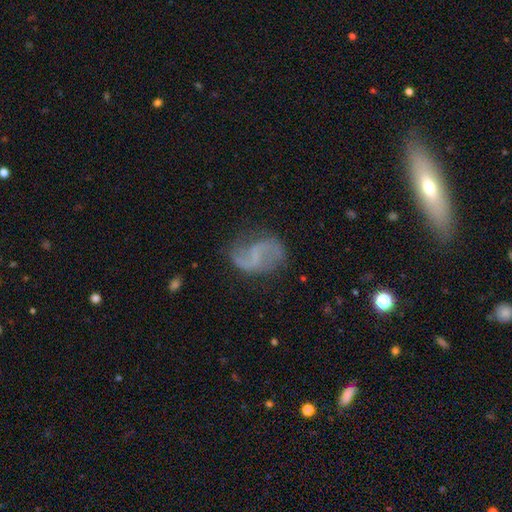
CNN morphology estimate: Smooth or featured? Predicted: featured or disk (p=0.79). Edge-on disk? Predicted: no (p=0.98). Bar? Predicted: weak (p=0.41). Spiral arms? Predicted: yes (p=0.90). Spiral winding? Predicted: loose (p=0.65). Spiral arm count? Predicted: 2 (p=0.89). Bulge size? Predicted: none (p=0.63). Merging? Predicted: none (p=0.72).